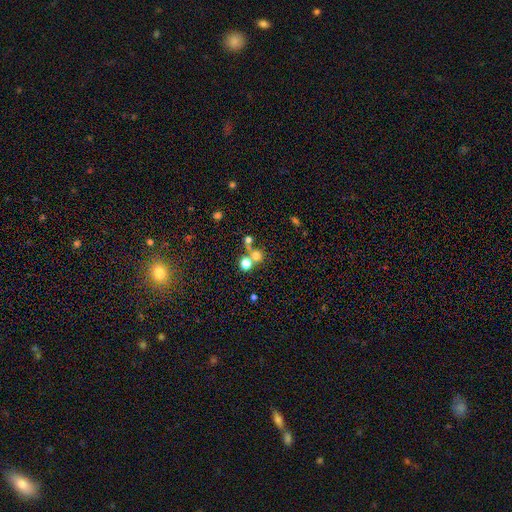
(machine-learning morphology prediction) Smooth or featured? Predicted: smooth (p=0.67). How rounded? Predicted: round (p=0.89). Merging? Predicted: none (p=0.52).